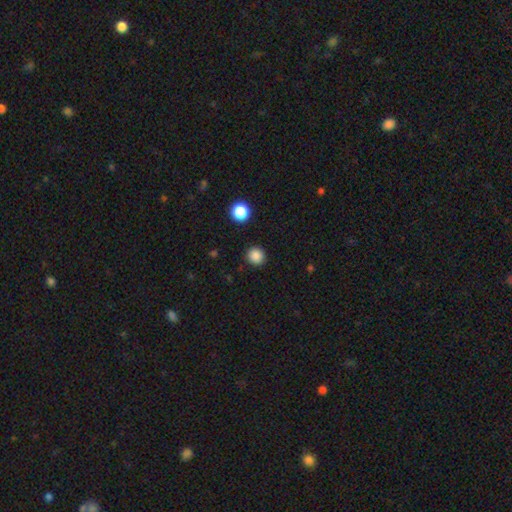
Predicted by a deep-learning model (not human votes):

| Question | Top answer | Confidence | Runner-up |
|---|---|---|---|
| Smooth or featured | smooth | 86% | star or artifact (11%) |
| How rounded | round | 91% | in between (8%) |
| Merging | none | 90% | minor disturbance (6%) |